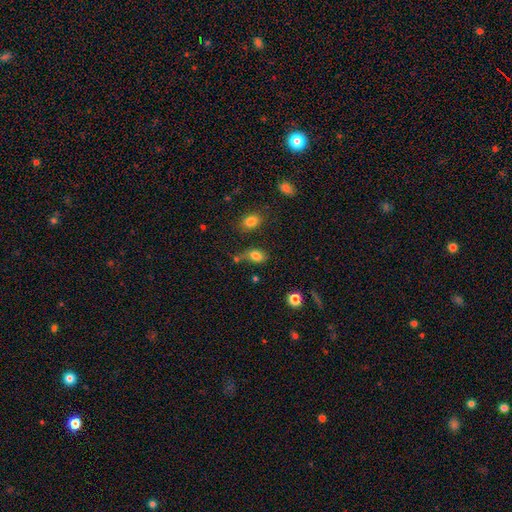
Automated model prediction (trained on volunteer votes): This is likely a smooth galaxy (80%). How rounded: clearly in between (81%). Merging: possibly none (53%).